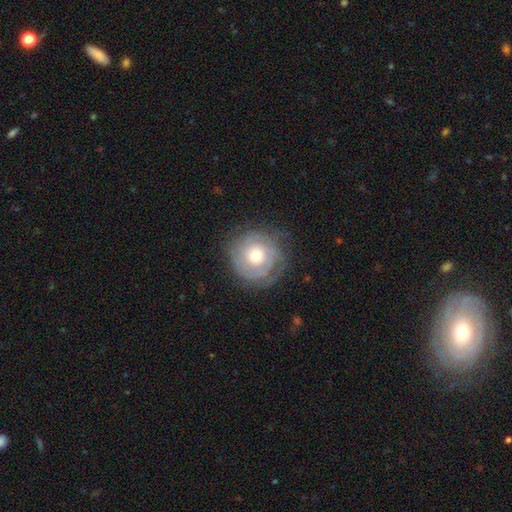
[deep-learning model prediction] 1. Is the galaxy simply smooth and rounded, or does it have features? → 65% featured or disk, 28% smooth, 8% star or artifact.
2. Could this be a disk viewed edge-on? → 97% no, 3% yes.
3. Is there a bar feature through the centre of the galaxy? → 84% no, 13% weak, 3% strong.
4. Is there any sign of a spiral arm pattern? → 80% yes, 20% no.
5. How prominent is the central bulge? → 66% moderate, 26% small, 6% large, 1% dominant, 1% none.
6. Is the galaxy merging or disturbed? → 72% none, 18% minor disturbance, 9% major disturbance, 1% merger.